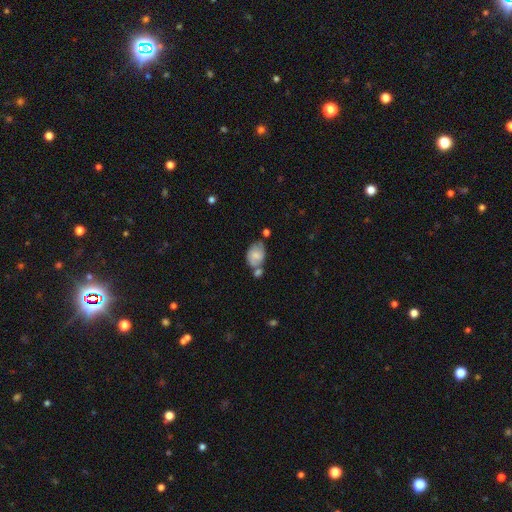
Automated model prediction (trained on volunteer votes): smooth_or_featured: smooth (p=0.70) [alt: featured or disk p=0.22]
how_rounded: in between (p=0.79) [alt: round p=0.19]
merging: none (p=0.41) [alt: merger p=0.31]